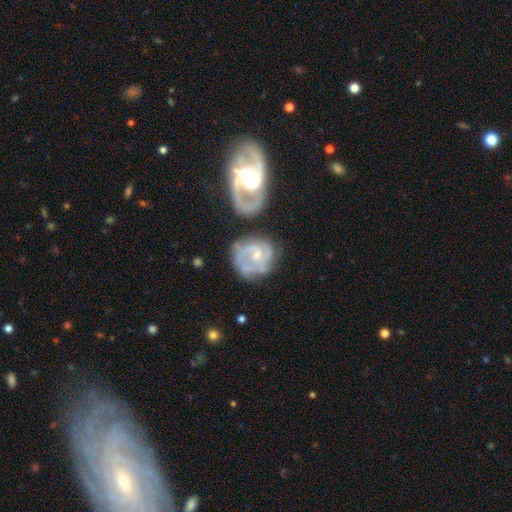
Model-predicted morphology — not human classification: Smooth or featured? Predicted: featured or disk (p=0.84). Edge-on disk? Predicted: no (p=0.98). Bar? Predicted: no (p=0.51). Spiral arms? Predicted: yes (p=0.94). Spiral winding? Predicted: tight (p=0.50). Spiral arm count? Predicted: 2 (p=0.57). Bulge size? Predicted: small (p=0.45). Merging? Predicted: none (p=0.59).